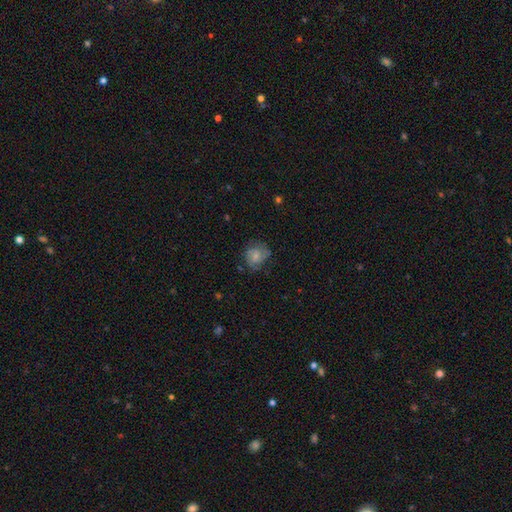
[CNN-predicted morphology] Smooth or featured: featured or disk — 48% (smooth — 43%)
Merging: none — 65% (minor disturbance — 23%)